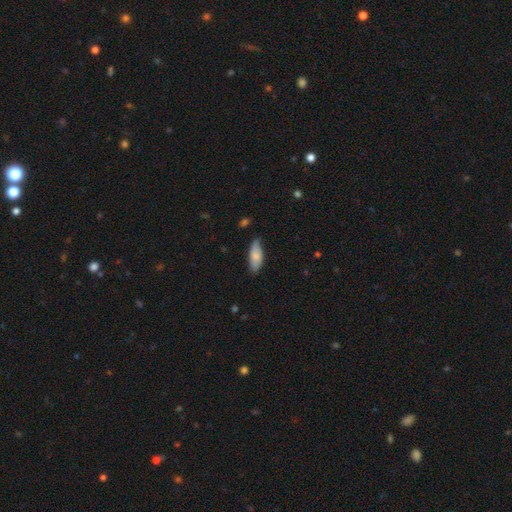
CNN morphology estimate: smooth-or-featured: smooth: 77% | featured or disk: 17% | star or artifact: 6%
  how-rounded: in between: 80% | cigar-shaped: 19% | round: 2%
  merging: none: 64% | minor disturbance: 29% | major disturbance: 5% | merger: 2%